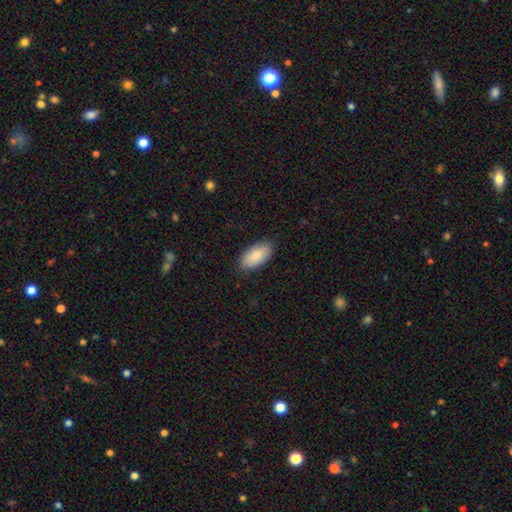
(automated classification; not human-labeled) This appears to be a smooth galaxy with no disk features (86%) that is in between round and cigar-shaped (94%). Merging: none (85%).